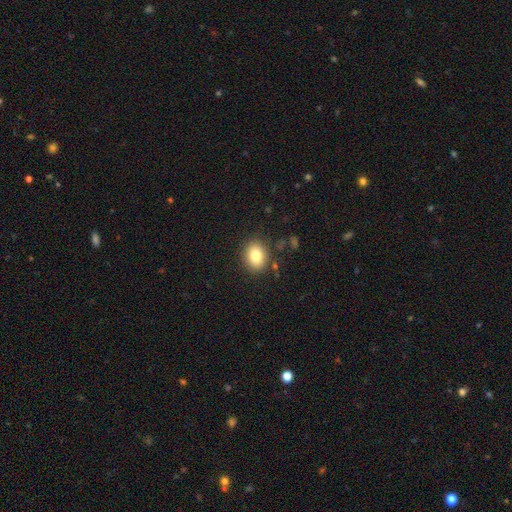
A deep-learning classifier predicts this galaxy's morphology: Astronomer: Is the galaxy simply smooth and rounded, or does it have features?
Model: smooth — 82%.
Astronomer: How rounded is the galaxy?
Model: in between — 57% (runner-up: round, 42%).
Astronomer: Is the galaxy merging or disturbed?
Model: none — 86%.